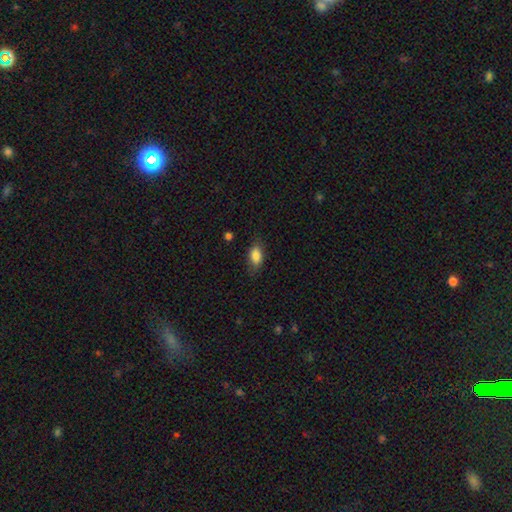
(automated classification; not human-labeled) Overall: smooth (84%). How rounded: in between (88%). Merging: none (76%).